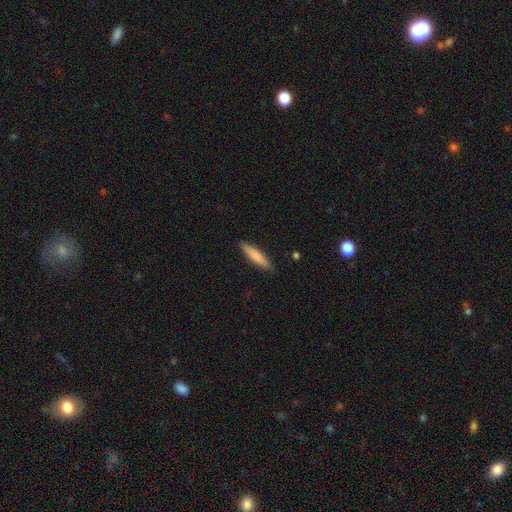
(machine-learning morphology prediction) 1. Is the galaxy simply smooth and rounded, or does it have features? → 77% smooth, 17% featured or disk, 5% star or artifact.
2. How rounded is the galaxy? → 84% cigar-shaped, 15% in between, 1% round.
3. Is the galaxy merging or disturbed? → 88% none, 9% minor disturbance, 2% major disturbance, 1% merger.